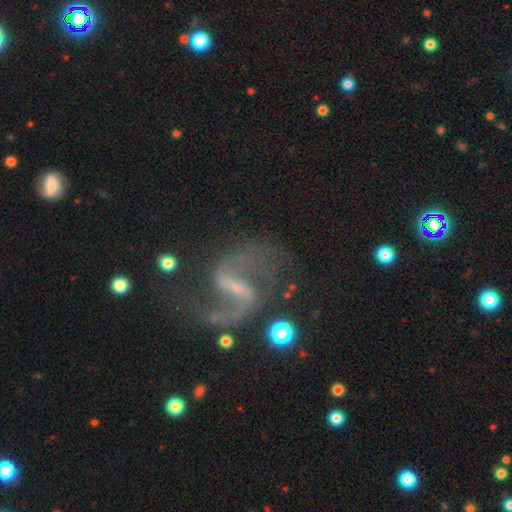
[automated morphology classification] Q: Smooth or featured?
A: featured or disk (90%); runner-up: star or artifact (6%)
Q: Edge-on disk?
A: no (98%); runner-up: yes (2%)
Q: Bar?
A: strong (45%); runner-up: weak (43%)
Q: Spiral arms?
A: yes (97%); runner-up: no (3%)
Q: Spiral winding?
A: loose (56%); runner-up: medium (37%)
Q: Spiral arm count?
A: 2 (94%); runner-up: can't tell (2%)
Q: Bulge size?
A: small (57%); runner-up: none (30%)
Q: Merging?
A: none (73%); runner-up: minor disturbance (14%)